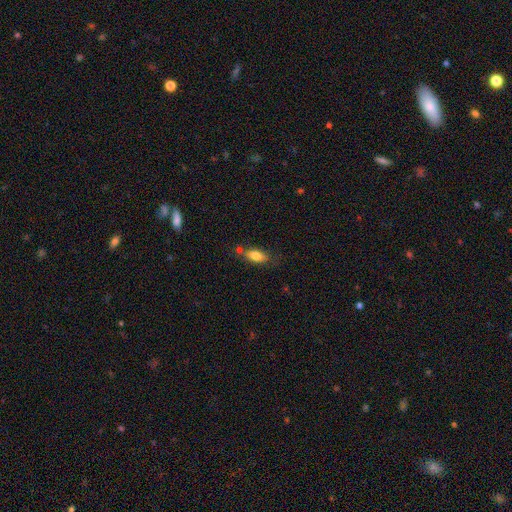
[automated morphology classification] Q: Smooth or featured?
A: smooth (80%); runner-up: featured or disk (12%)
Q: How rounded?
A: in between (84%); runner-up: cigar-shaped (12%)
Q: Merging?
A: none (67%); runner-up: minor disturbance (18%)